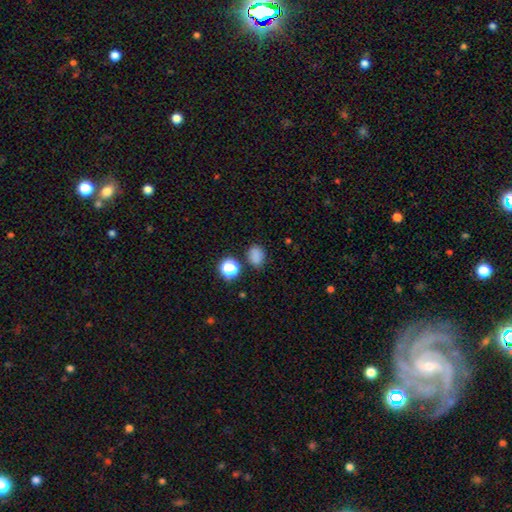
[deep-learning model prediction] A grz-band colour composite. It shows a smooth galaxy with no disk features (78%) that is in between round and cigar-shaped (55%). Merging: none (75%).